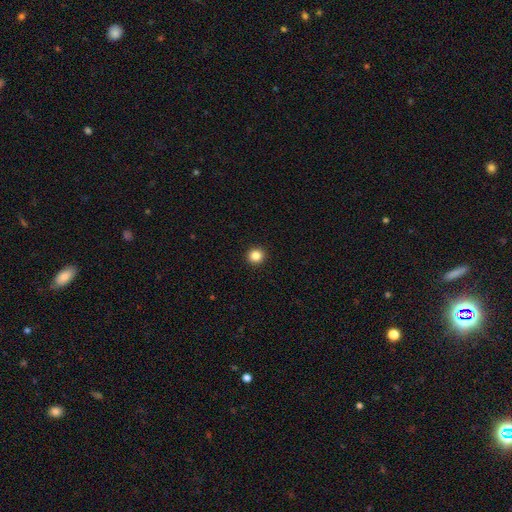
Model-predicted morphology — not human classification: Overall: smooth (85%). How rounded: round (93%). Merging: none (94%).